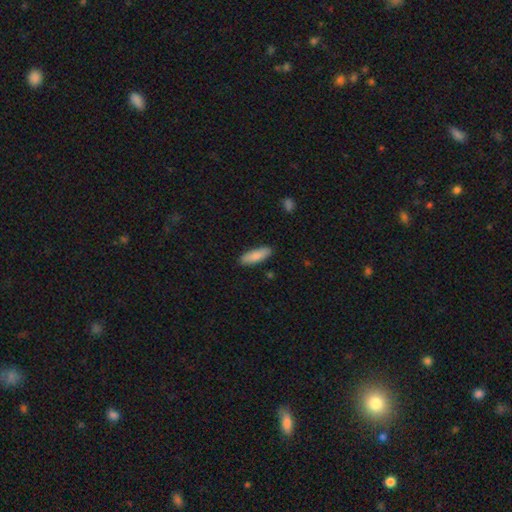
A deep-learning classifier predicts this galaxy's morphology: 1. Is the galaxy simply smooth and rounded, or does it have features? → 86% smooth, 9% featured or disk, 6% star or artifact.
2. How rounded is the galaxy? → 54% in between, 44% cigar-shaped, 2% round.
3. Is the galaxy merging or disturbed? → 87% none, 10% minor disturbance, 2% major disturbance, 1% merger.